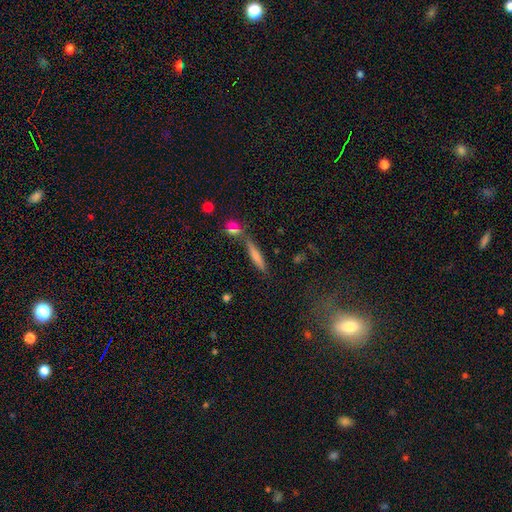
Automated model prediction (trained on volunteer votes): A smooth galaxy with no disk features (53%) that is cigar-shaped (88%). Merging: none (68%).